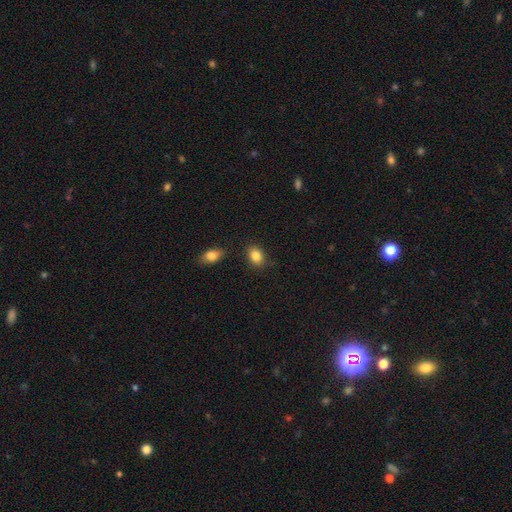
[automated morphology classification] Smooth or featured? Predicted: smooth (p=0.85). How rounded? Predicted: in between (p=0.67). Merging? Predicted: none (p=0.85).